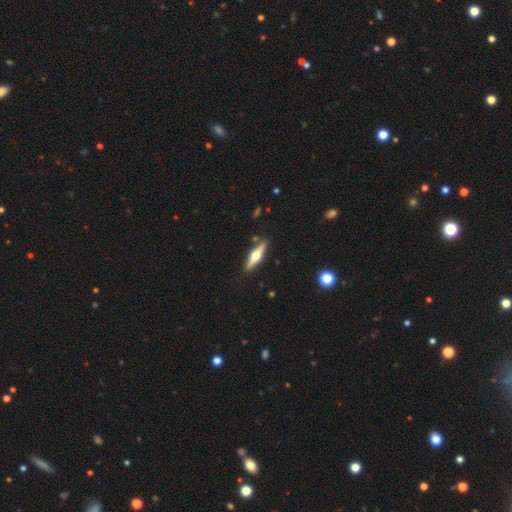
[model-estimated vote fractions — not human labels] Smooth or featured? featured or disk (63%)
Edge-on disk? yes (96%)
Edge-on bulge? rounded (95%)
Merging? none (87%)